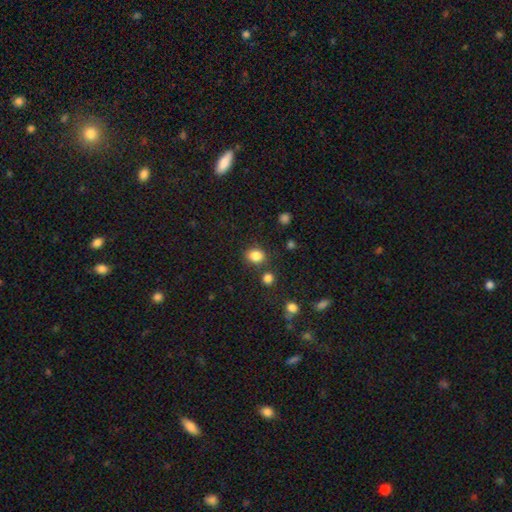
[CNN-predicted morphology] Overall: smooth (84%). How rounded: round (60%; in between 39%). Merging: none (77%).